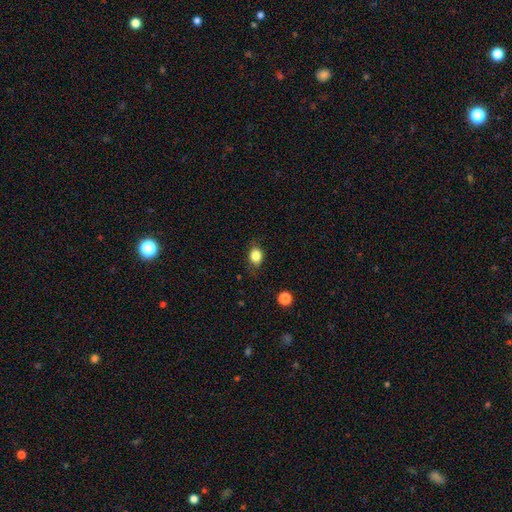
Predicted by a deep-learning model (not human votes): Smooth or featured?
  - smooth: 83% *
  - star or artifact: 10%
  - featured or disk: 7%
How rounded?
  - in between: 55% *
  - round: 44%
  - cigar-shaped: 1%
Merging?
  - none: 75% *
  - minor disturbance: 19%
  - major disturbance: 5%
  - merger: 1%